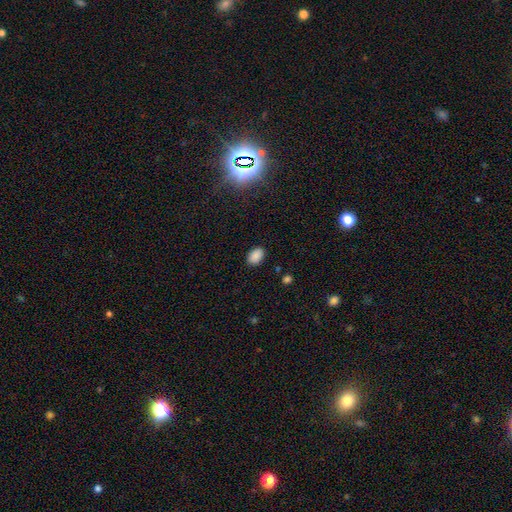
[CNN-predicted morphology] smooth_or_featured: smooth (p=0.88) [alt: star or artifact p=0.09]
how_rounded: in between (p=0.87) [alt: round p=0.12]
merging: none (p=0.87) [alt: minor disturbance p=0.09]